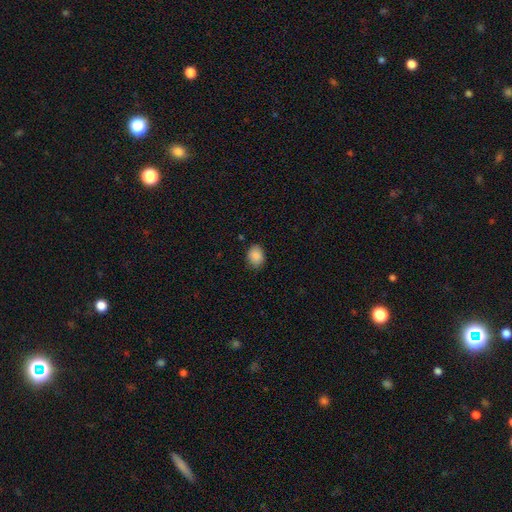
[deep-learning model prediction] Overall: smooth (88%). How rounded: in between (55%; round 44%). Merging: none (82%).